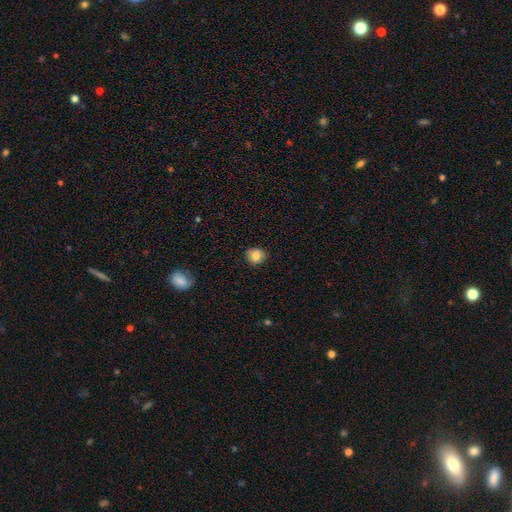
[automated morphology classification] smooth-or-featured: smooth: 82% | star or artifact: 10% | featured or disk: 8%
  how-rounded: round: 77% | in between: 22% | cigar-shaped: 1%
  merging: none: 80% | minor disturbance: 16% | major disturbance: 3% | merger: 1%